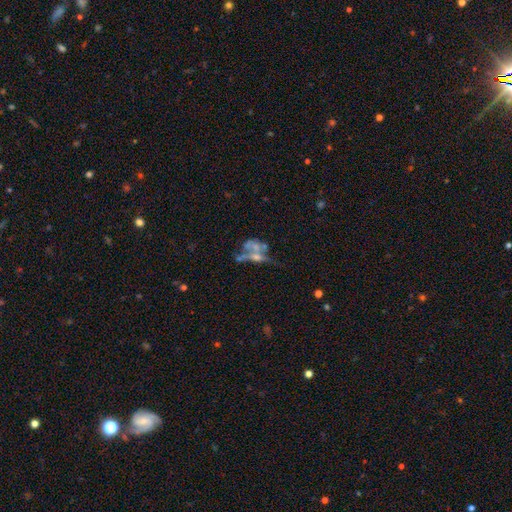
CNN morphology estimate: Q: Smooth or featured?
A: featured or disk (55%); runner-up: smooth (23%)
Q: Edge-on disk?
A: no (83%); runner-up: yes (17%)
Q: Merging?
A: merger (42%); runner-up: none (25%)